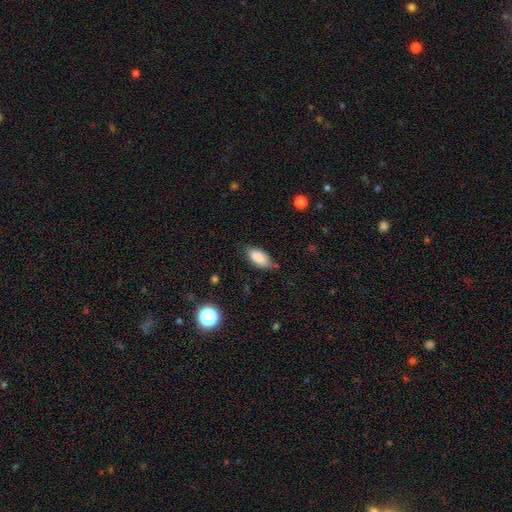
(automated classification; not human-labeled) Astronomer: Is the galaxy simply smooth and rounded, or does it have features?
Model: smooth — 84%.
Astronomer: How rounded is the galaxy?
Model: in between — 89%.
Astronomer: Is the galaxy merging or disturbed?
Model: none — 73%.